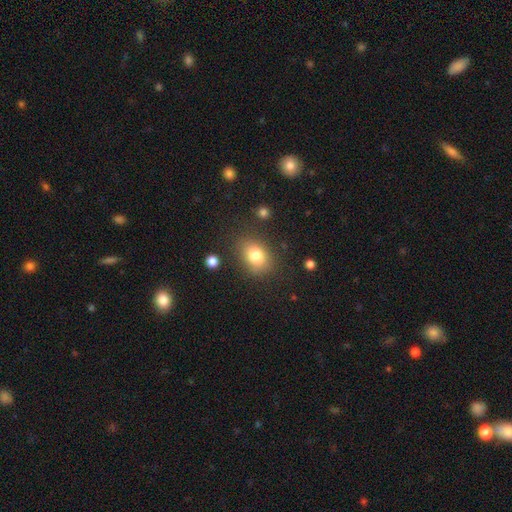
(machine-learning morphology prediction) smooth_or_featured: smooth (p=0.80) [alt: star or artifact p=0.10]
how_rounded: in between (p=0.60) [alt: round p=0.39]
merging: none (p=0.80) [alt: minor disturbance p=0.13]